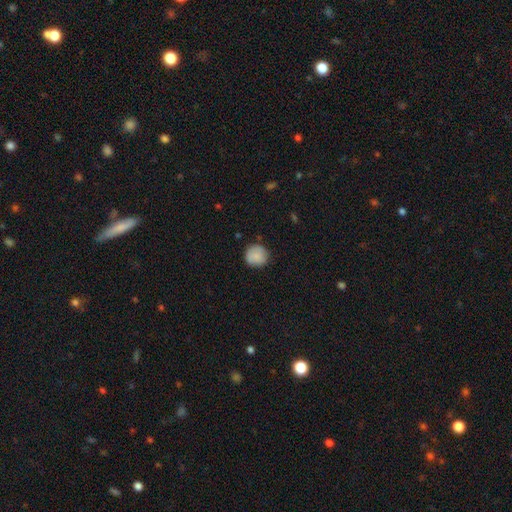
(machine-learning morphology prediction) This appears to be a smooth galaxy with no disk features (85%) that is round (92%). Merging: none (84%).